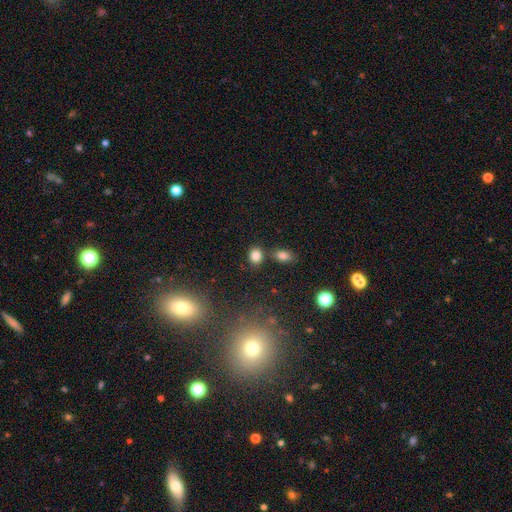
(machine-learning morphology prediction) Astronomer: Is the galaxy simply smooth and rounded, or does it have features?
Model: smooth — 82%.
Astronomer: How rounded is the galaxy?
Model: round — 59% (runner-up: in between, 39%).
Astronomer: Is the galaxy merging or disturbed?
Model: none — 71%.